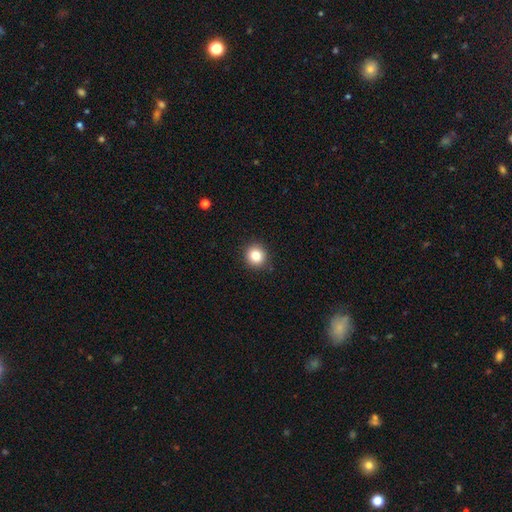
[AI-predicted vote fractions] Smooth or featured: smooth — 83% (star or artifact — 11%)
How rounded: round — 90% (in between — 9%)
Merging: none — 91% (minor disturbance — 6%)